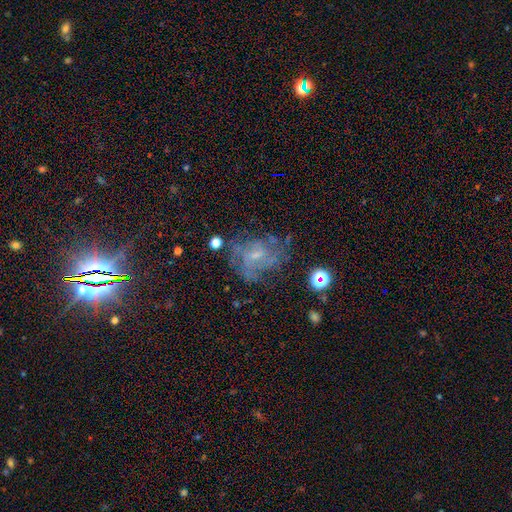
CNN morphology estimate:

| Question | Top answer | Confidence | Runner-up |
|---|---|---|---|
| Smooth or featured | featured or disk | 61% | smooth (20%) |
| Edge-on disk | no | 97% | yes (3%) |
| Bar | no | 56% | weak (37%) |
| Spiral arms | yes | 63% | no (37%) |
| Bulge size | small | 60% | moderate (22%) |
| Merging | none | 50% | major disturbance (24%) |